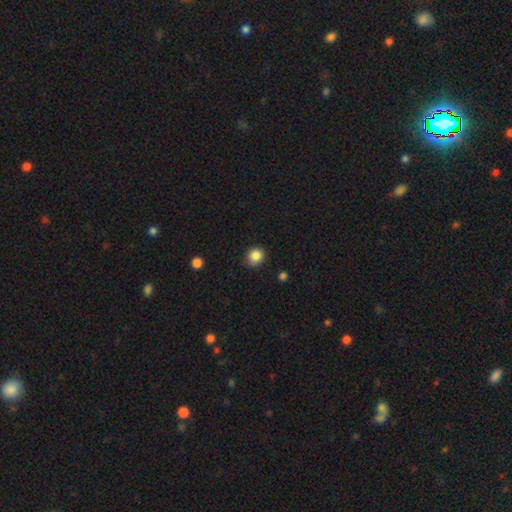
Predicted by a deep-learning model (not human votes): Q: Smooth or featured?
A: smooth (85%); runner-up: star or artifact (10%)
Q: How rounded?
A: round (76%); runner-up: in between (23%)
Q: Merging?
A: none (82%); runner-up: minor disturbance (14%)